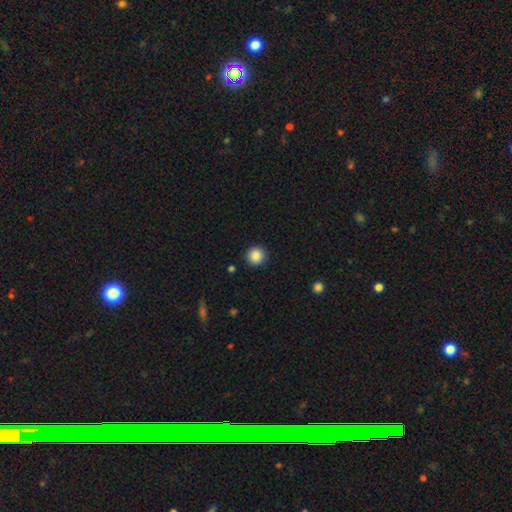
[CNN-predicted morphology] Smooth or featured? smooth (87%)
How rounded? round (95%)
Merging? none (92%)